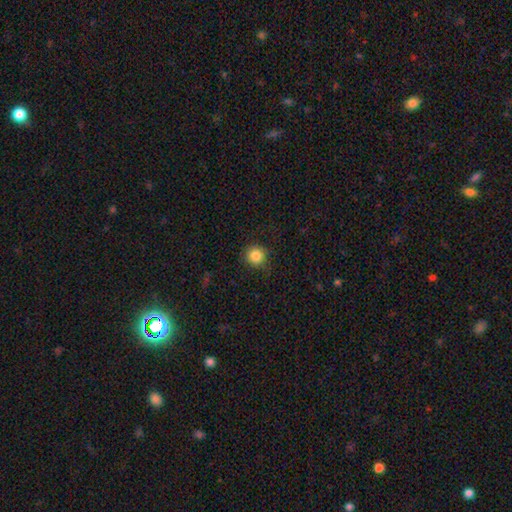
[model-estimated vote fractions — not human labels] Smooth or featured?
  - smooth: 85% *
  - star or artifact: 10%
  - featured or disk: 5%
How rounded?
  - round: 93% *
  - in between: 6%
  - cigar-shaped: 1%
Merging?
  - none: 86% *
  - minor disturbance: 10%
  - major disturbance: 3%
  - merger: 1%